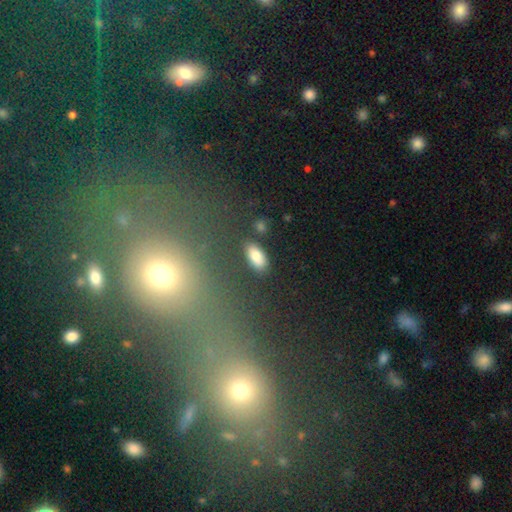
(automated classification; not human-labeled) Smooth or featured?
  - smooth: 79% *
  - featured or disk: 11%
  - star or artifact: 9%
How rounded?
  - in between: 90% *
  - cigar-shaped: 7%
  - round: 4%
Merging?
  - none: 82% *
  - minor disturbance: 11%
  - merger: 4%
  - major disturbance: 3%